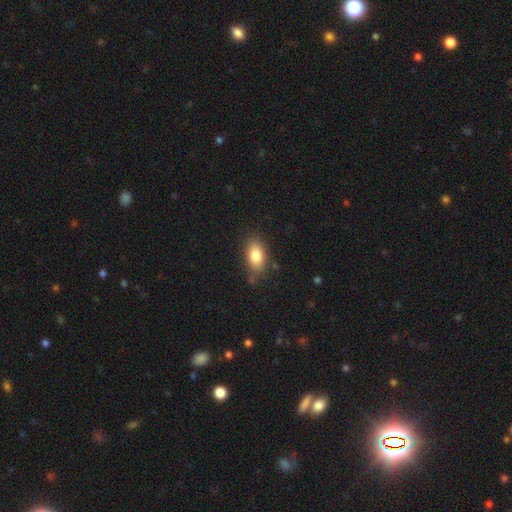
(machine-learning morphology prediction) smooth-or-featured: smooth: 81% | featured or disk: 11% | star or artifact: 8%
  how-rounded: in between: 88% | round: 9% | cigar-shaped: 3%
  merging: none: 76% | minor disturbance: 17% | major disturbance: 4% | merger: 3%